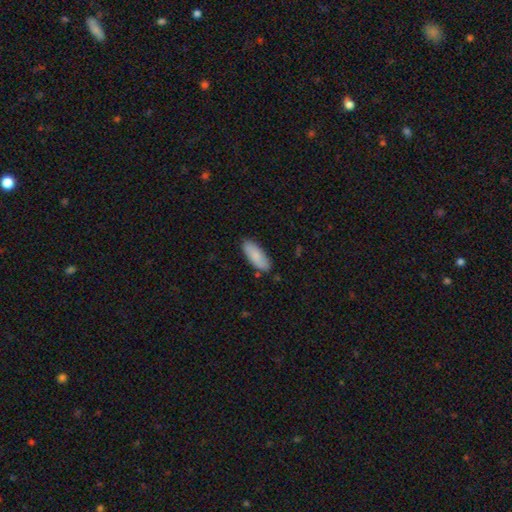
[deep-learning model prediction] Overall: smooth (85%). How rounded: in between (75%). Merging: none (82%).